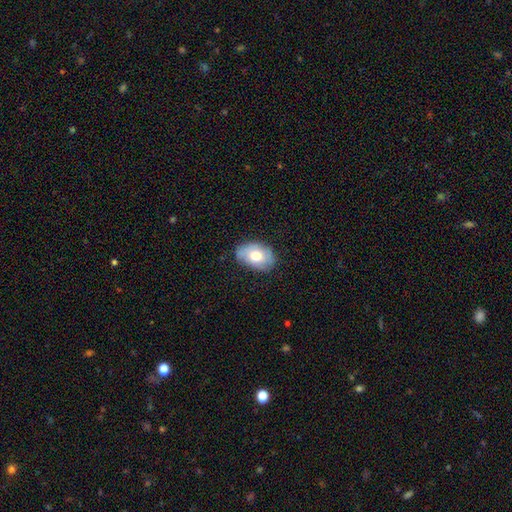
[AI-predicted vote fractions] Smooth or featured? smooth (70%)
How rounded? in between (86%)
Merging? none (74%)